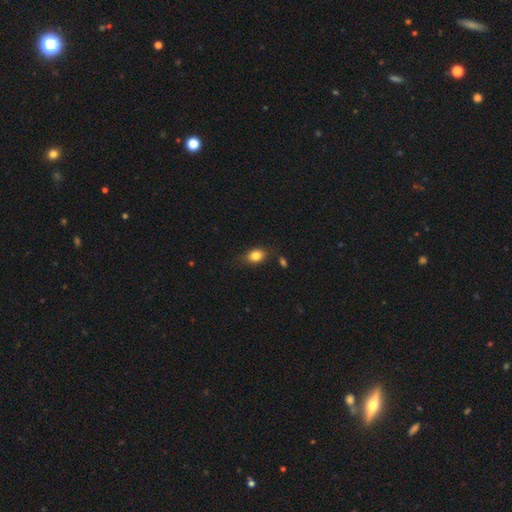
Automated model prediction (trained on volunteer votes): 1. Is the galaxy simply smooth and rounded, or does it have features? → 83% smooth, 9% star or artifact, 8% featured or disk.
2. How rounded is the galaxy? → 72% in between, 26% round, 2% cigar-shaped.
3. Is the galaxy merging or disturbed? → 75% none, 18% minor disturbance, 4% major disturbance, 3% merger.